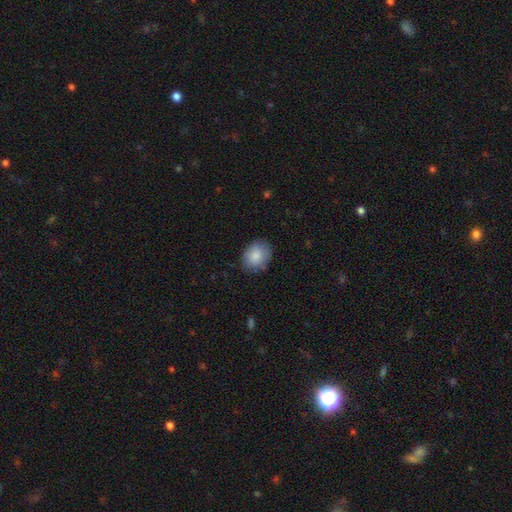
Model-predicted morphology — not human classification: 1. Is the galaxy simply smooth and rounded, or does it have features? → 85% smooth, 8% featured or disk, 7% star or artifact.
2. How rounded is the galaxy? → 59% in between, 40% round, 1% cigar-shaped.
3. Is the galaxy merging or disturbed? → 80% none, 16% minor disturbance, 3% major disturbance, 1% merger.